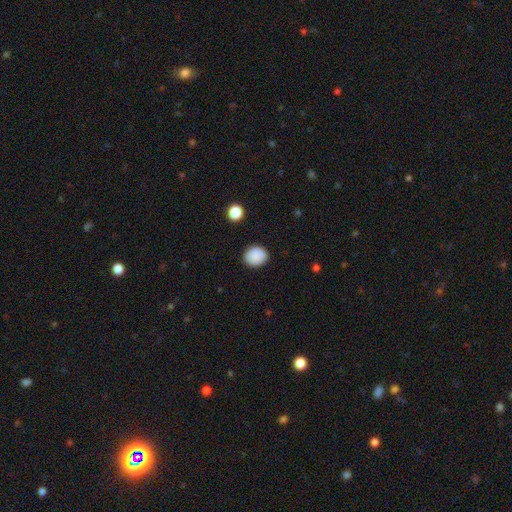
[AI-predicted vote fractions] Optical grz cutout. It shows a smooth galaxy with no disk features (88%) that is round (72%). Merging: none (88%).